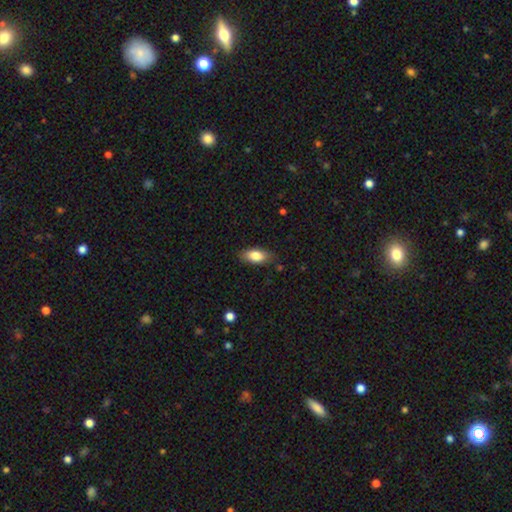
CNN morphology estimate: smooth 82%, featured or disk 11%, star or artifact 7%. Down the decision tree: how rounded — in between (88%); merging — none (83%).